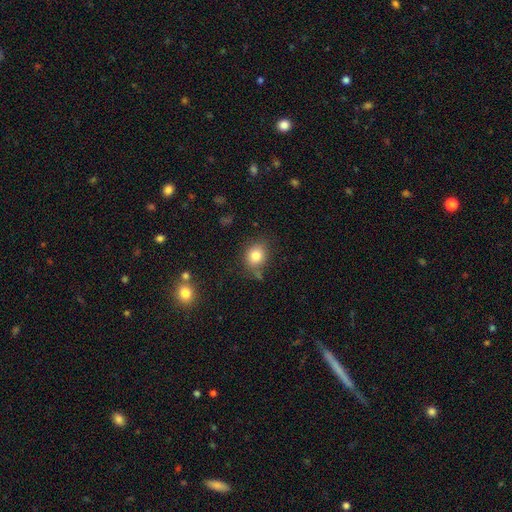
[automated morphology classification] This is clearly a smooth galaxy (81%). How rounded: likely round (68%). Merging: likely none (74%).